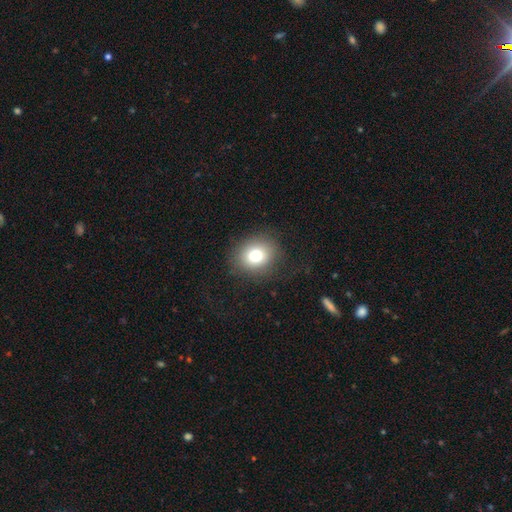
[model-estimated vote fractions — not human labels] Overall: smooth (77%). How rounded: round (70%). Merging: none (84%).